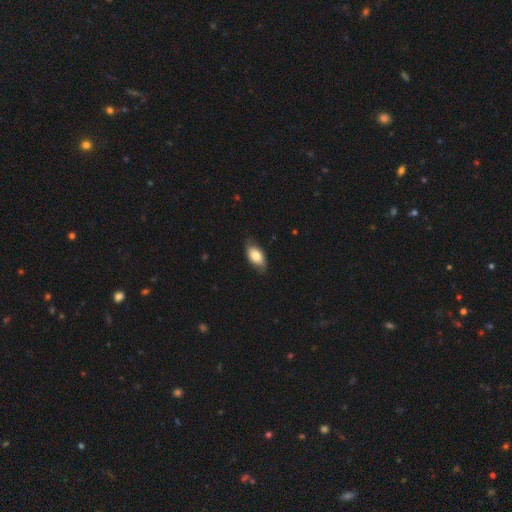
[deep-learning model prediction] A smooth galaxy with no disk features (77%) that is in between round and cigar-shaped (91%).

Vote fractions:
- Smooth or featured? smooth: 77% / featured or disk: 16% / star or artifact: 6%
- How rounded? in between: 91% / round: 5% / cigar-shaped: 4%
- Merging? none: 77% / minor disturbance: 18% / major disturbance: 3% / merger: 1%